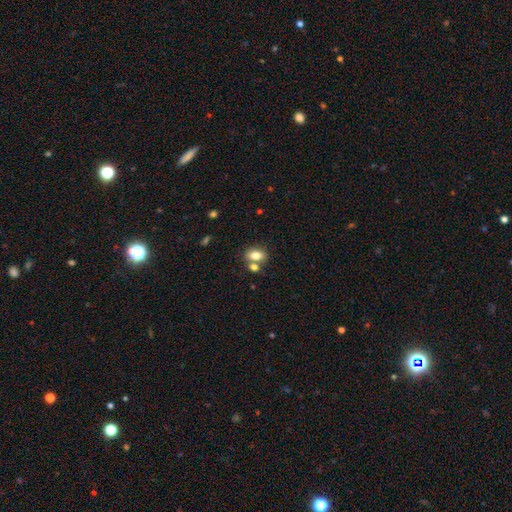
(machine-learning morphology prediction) A smooth galaxy with no disk features (79%) that is in between round and cigar-shaped (78%). Merging: none (57%).